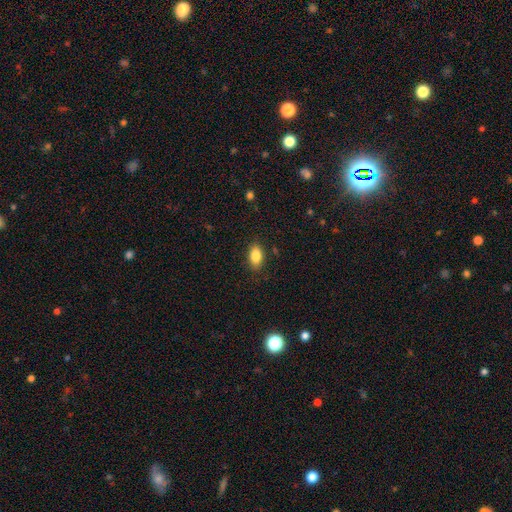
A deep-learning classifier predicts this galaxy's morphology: type=smooth (86%); roundness=in between (89%); merging=none (86%).